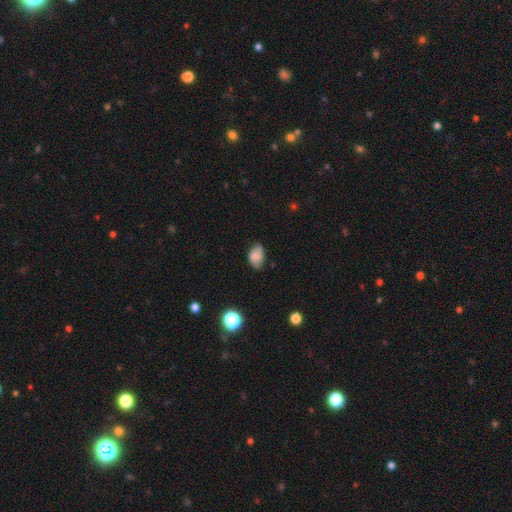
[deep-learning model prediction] This is likely a smooth galaxy (77%). How rounded: clearly in between (85%). Merging: likely none (63%).